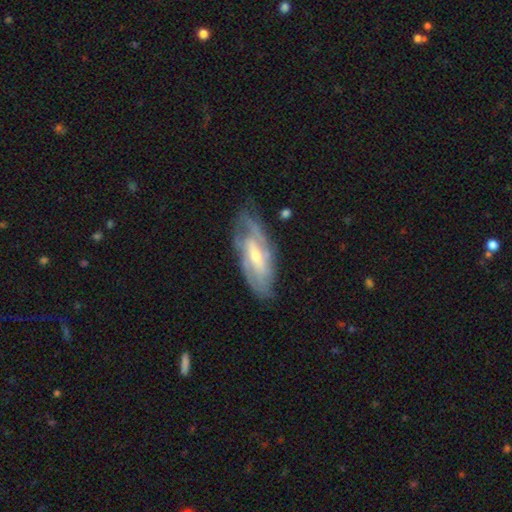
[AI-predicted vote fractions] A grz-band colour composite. It shows a featured or disk galaxy (80%) with a weak bar (43%), 2 (47%) tight (48%) spiral arms (89%) and a small central bulge (53%). Merging: none (70%).